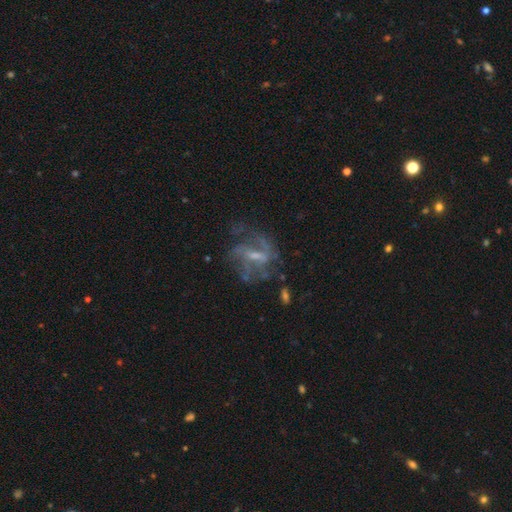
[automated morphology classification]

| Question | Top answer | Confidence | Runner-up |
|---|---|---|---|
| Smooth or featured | featured or disk | 75% | smooth (14%) |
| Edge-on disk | no | 95% | yes (5%) |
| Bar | weak | 48% | strong (28%) |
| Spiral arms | yes | 76% | no (24%) |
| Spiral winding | medium | 43% | loose (36%) |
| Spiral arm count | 2 | 36% | can't tell (31%) |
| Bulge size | small | 43% | moderate (32%) |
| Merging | none | 52% | major disturbance (26%) |